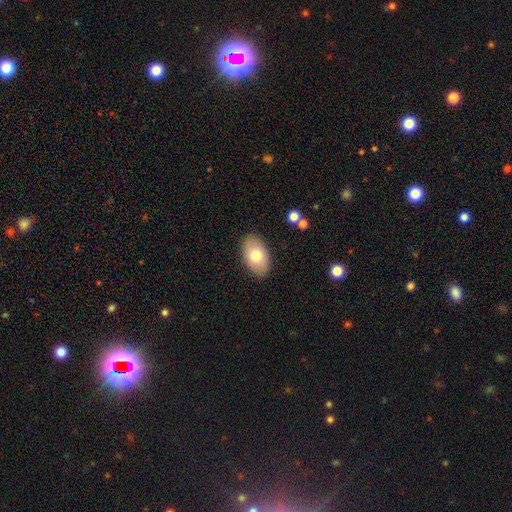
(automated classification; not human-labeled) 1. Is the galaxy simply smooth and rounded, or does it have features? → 74% smooth, 20% featured or disk, 7% star or artifact.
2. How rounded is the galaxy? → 92% in between, 6% round, 1% cigar-shaped.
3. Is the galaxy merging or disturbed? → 88% none, 9% minor disturbance, 2% major disturbance, 1% merger.